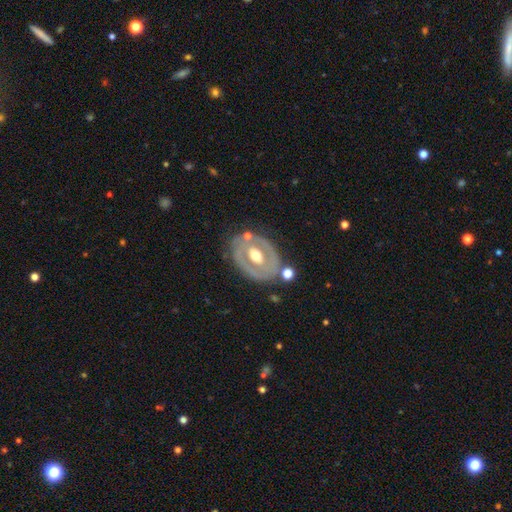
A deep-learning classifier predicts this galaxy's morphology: Overall: featured or disk (68%). Edge-on disk: no (93%). Bar: no (57%; weak 27%). Spiral arms: no (77%). Bulge size: moderate (74%). Merging: none (70%).